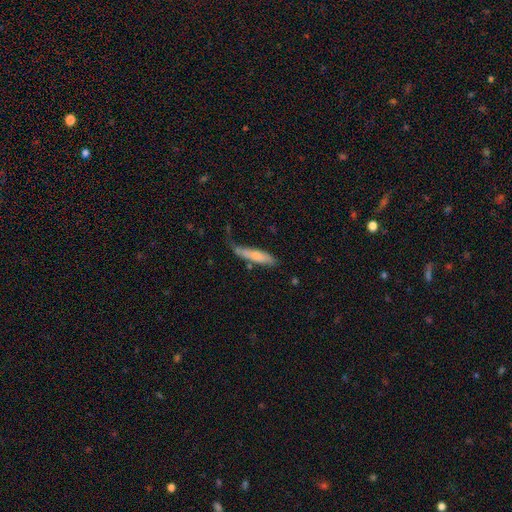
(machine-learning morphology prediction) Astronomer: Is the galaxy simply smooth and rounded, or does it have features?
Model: smooth — 70%.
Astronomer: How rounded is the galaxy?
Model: cigar-shaped — 73%.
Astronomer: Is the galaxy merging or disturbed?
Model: none — 44% (runner-up: minor disturbance, 30%).